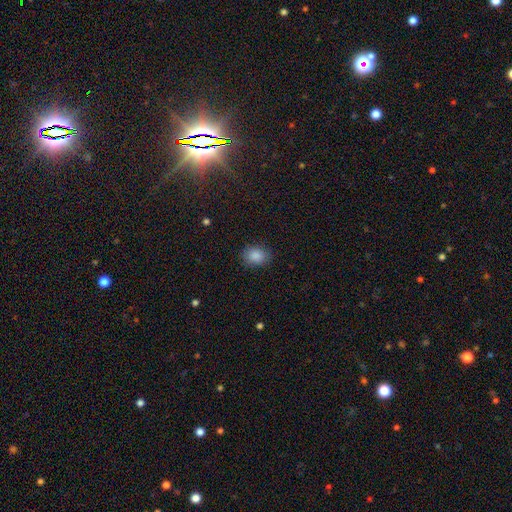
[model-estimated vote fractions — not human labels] Smooth or featured?
  - smooth: 86% *
  - star or artifact: 9%
  - featured or disk: 4%
How rounded?
  - in between: 56% *
  - round: 43%
  - cigar-shaped: 1%
Merging?
  - none: 84% *
  - minor disturbance: 12%
  - major disturbance: 3%
  - merger: 1%